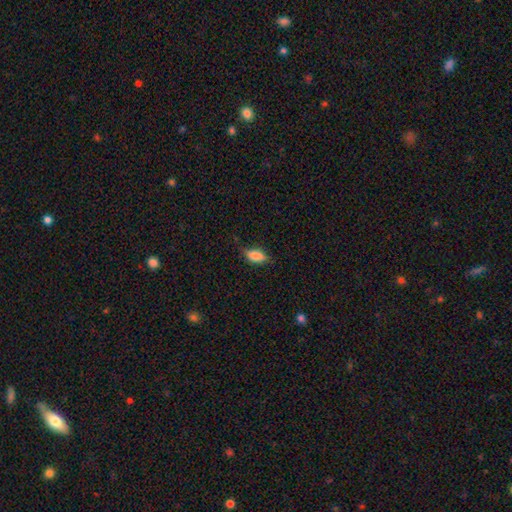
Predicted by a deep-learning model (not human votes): A smooth galaxy with no disk features (81%) that is in between round and cigar-shaped (88%).

Vote fractions:
- Smooth or featured? smooth: 81% / featured or disk: 12% / star or artifact: 8%
- How rounded? in between: 88% / cigar-shaped: 8% / round: 4%
- Merging? none: 67% / minor disturbance: 26% / major disturbance: 6% / merger: 1%